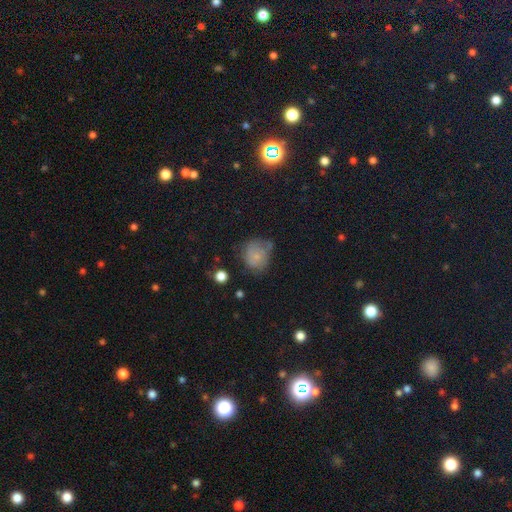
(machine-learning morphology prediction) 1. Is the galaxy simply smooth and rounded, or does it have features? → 56% smooth, 34% featured or disk, 10% star or artifact.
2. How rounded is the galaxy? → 73% round, 26% in between, 1% cigar-shaped.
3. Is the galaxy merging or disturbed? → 47% none, 31% minor disturbance, 16% major disturbance, 6% merger.